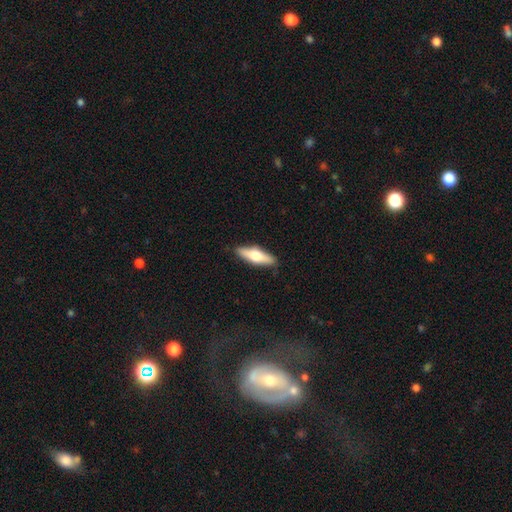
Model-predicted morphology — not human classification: Q: Smooth or featured?
A: smooth (53%); runner-up: featured or disk (42%)
Q: How rounded?
A: cigar-shaped (52%); runner-up: in between (46%)
Q: Merging?
A: none (88%); runner-up: minor disturbance (9%)